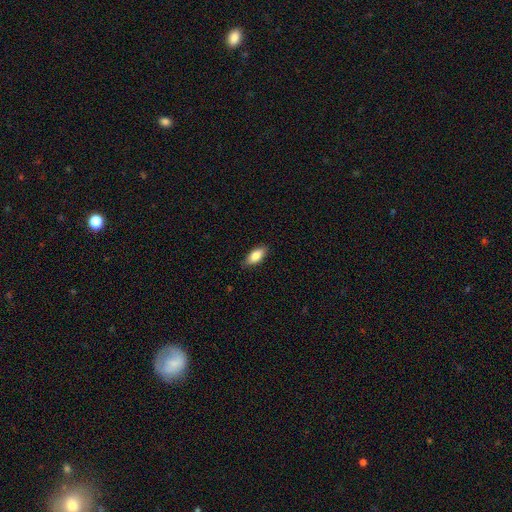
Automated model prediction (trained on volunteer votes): Smooth or featured? smooth (85%)
How rounded? in between (88%)
Merging? none (85%)